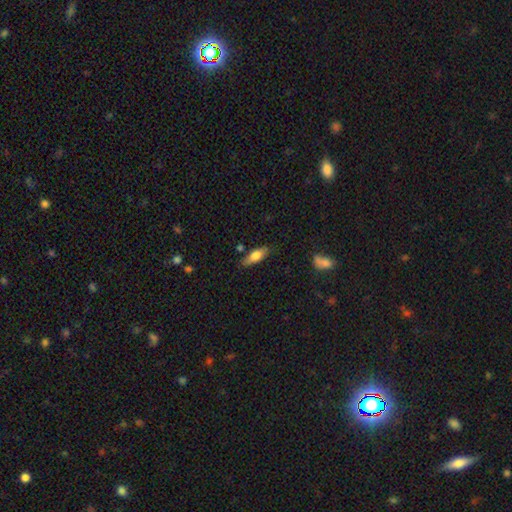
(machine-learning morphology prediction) smooth 69%, featured or disk 24%, star or artifact 7%. Down the decision tree: how rounded — in between (65%); merging — none (78%).